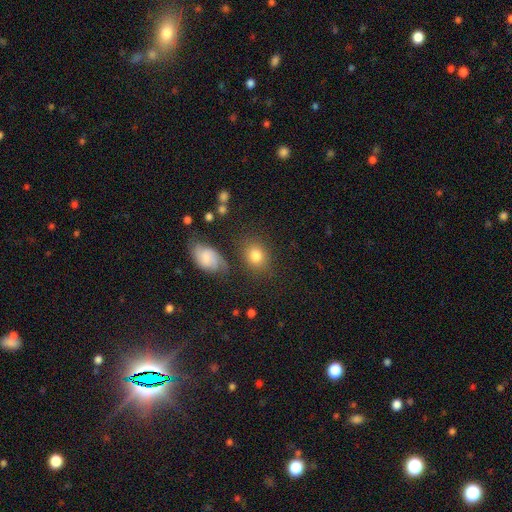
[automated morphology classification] The model was most divided on "how rounded": round: 57%, in between: 42%, cigar-shaped: 1%. More confident: smooth or featured — smooth (79%); merging — none (76%).